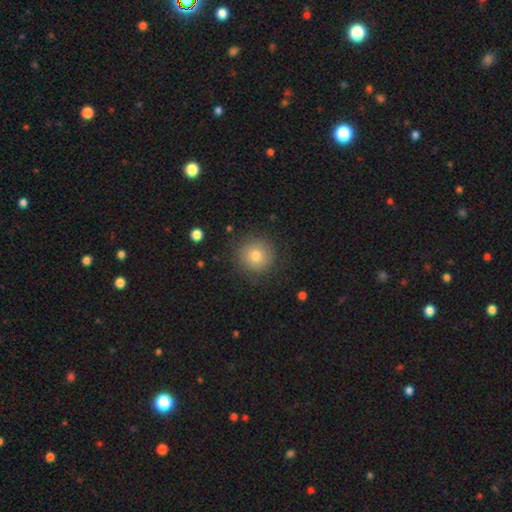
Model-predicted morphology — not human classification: Smooth or featured? Predicted: smooth (p=0.76). How rounded? Predicted: round (p=0.94). Merging? Predicted: none (p=0.85).